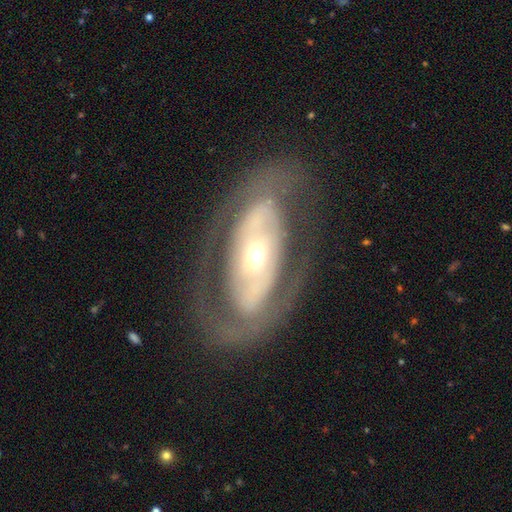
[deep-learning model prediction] Smooth or featured? Predicted: featured or disk (p=0.77). Edge-on disk? Predicted: no (p=0.91). Bar? Predicted: no (p=0.58). Spiral arms? Predicted: no (p=0.51). Bulge size? Predicted: moderate (p=0.57). Merging? Predicted: none (p=0.72).